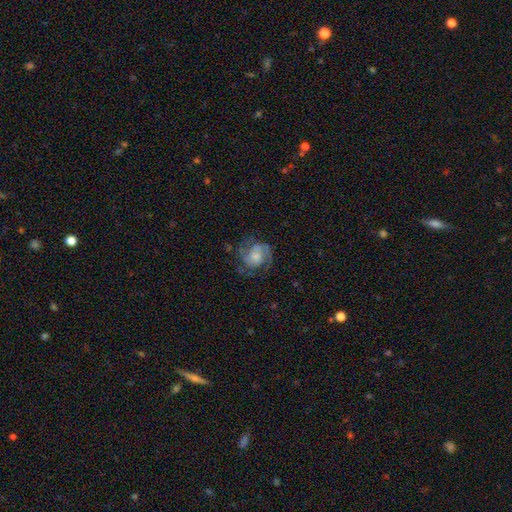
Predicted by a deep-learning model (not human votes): This is likely a featured or disk galaxy (79%). It is clearly not viewed edge-on (98%). Bar: likely no (66%). Spiral arm pattern: clearly yes (95%). Spiral arm count: likely 2 (63%). Spiral winding: possibly medium (48%). Central bulge: marginally moderate (39%). Merging: likely none (66%).